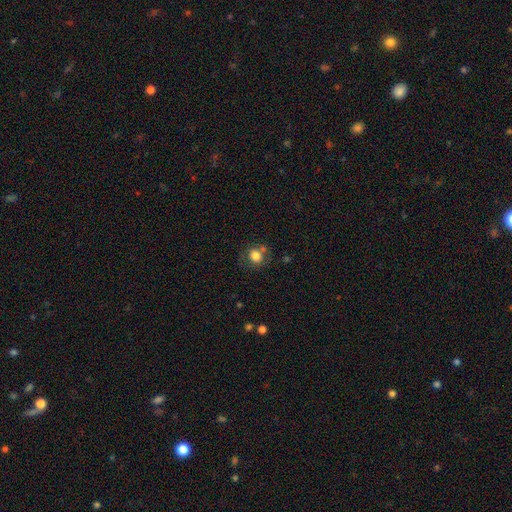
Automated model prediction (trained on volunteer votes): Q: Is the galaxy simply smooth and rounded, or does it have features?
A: smooth — 79%.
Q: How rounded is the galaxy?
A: round — 71%.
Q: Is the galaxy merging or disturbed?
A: none — 62%.